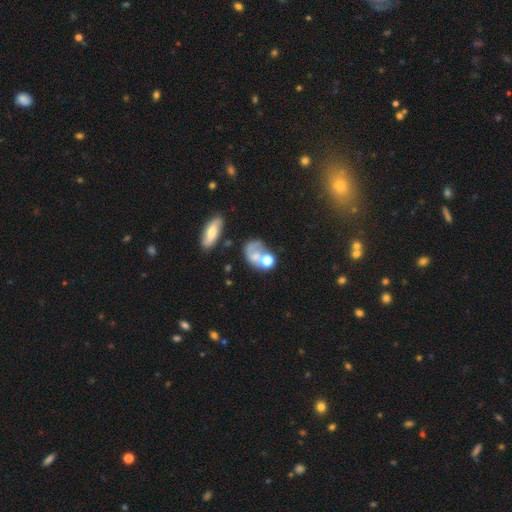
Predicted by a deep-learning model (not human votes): This appears to be a smooth galaxy with no disk features (56%) that is in between round and cigar-shaped (57%). Merging: none (29%, tied with merger).